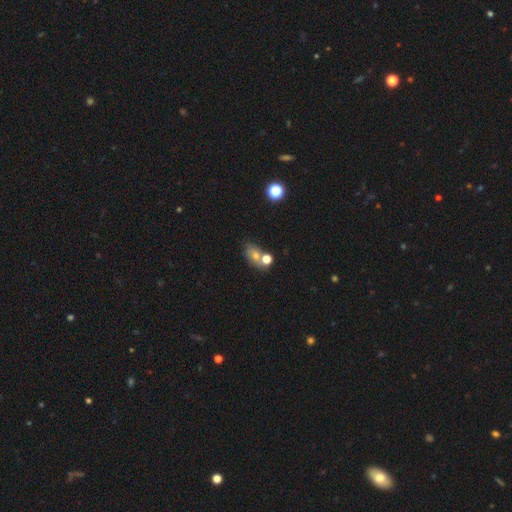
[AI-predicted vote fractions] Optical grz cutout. It shows a smooth galaxy with no disk features (63%) that is in between round and cigar-shaped (69%). Merging: none (50%).